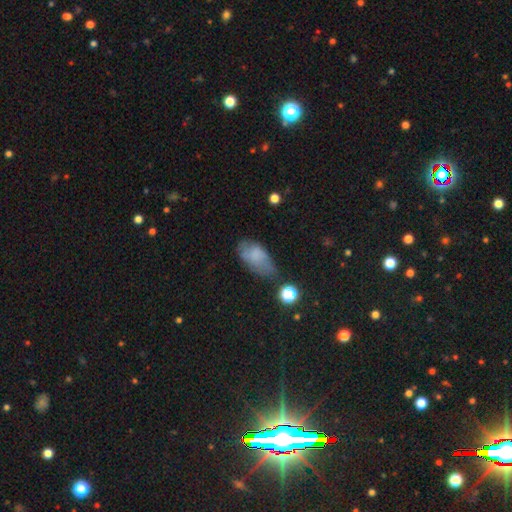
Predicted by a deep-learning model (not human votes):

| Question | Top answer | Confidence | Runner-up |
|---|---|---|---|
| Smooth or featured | smooth | 70% | featured or disk (20%) |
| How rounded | in between | 92% | round (4%) |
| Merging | none | 47% | minor disturbance (34%) |